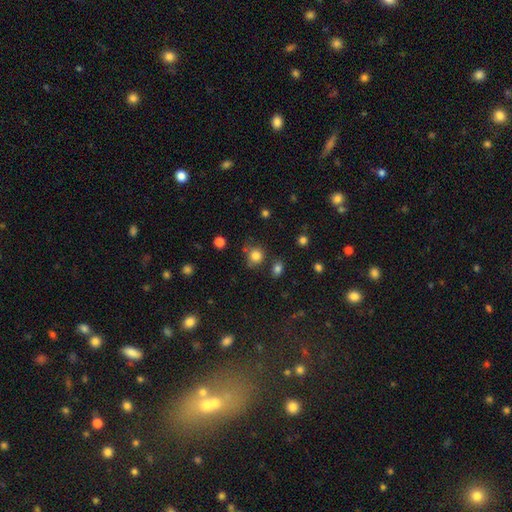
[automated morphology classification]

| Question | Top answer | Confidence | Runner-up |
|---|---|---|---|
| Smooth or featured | smooth | 81% | star or artifact (13%) |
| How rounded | round | 83% | in between (16%) |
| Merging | none | 69% | minor disturbance (17%) |